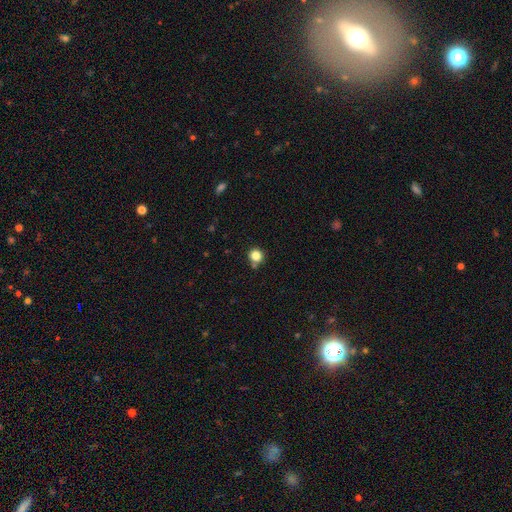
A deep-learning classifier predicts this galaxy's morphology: A smooth galaxy with no disk features (83%) that is round (91%). Merging: none (76%).